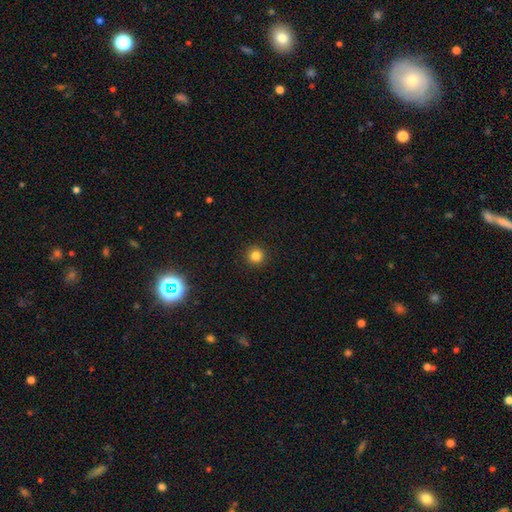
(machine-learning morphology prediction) This appears to be a smooth galaxy with no disk features (83%) that is round (95%). Merging: none (93%).